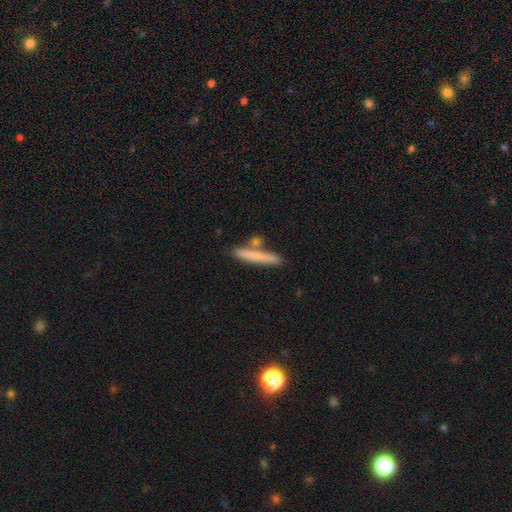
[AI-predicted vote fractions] Smooth or featured?
  - smooth: 72% *
  - featured or disk: 22%
  - star or artifact: 6%
How rounded?
  - cigar-shaped: 94% *
  - in between: 4%
  - round: 2%
Merging?
  - none: 76% *
  - merger: 11%
  - minor disturbance: 11%
  - major disturbance: 2%